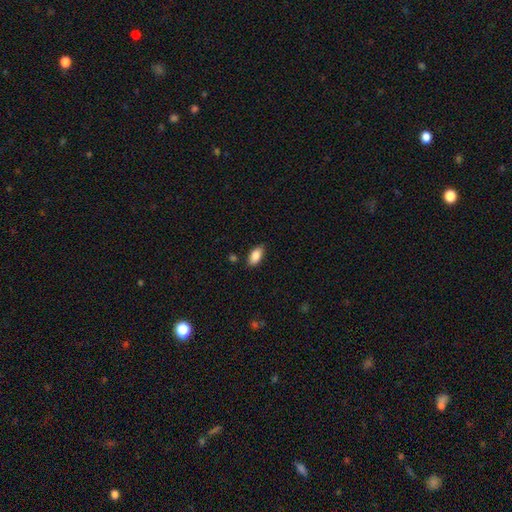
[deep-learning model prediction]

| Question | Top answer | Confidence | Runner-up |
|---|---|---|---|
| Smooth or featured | smooth | 86% | star or artifact (7%) |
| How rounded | in between | 91% | cigar-shaped (6%) |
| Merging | none | 84% | minor disturbance (12%) |